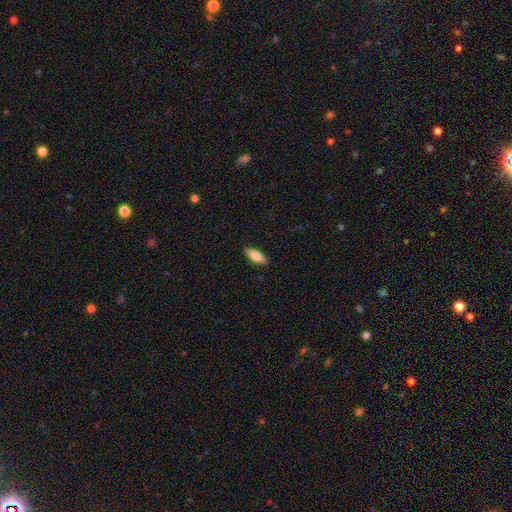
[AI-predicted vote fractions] Smooth or featured? smooth (84%)
How rounded? in between (73%)
Merging? none (90%)